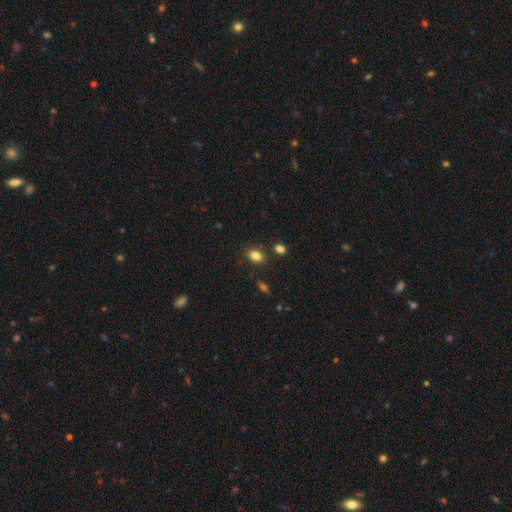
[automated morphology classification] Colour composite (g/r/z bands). It shows a smooth galaxy with no disk features (83%) that is in between round and cigar-shaped (76%). Merging: none (81%).